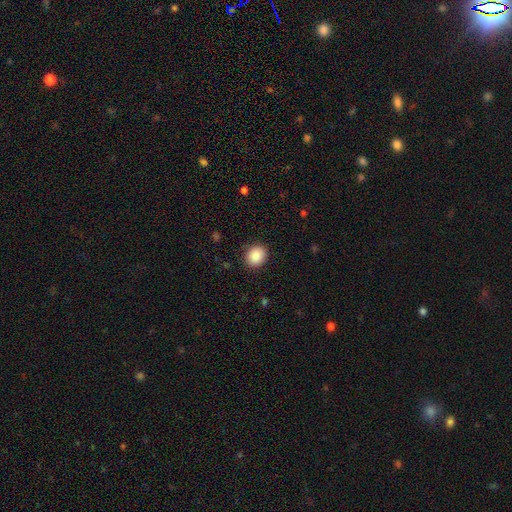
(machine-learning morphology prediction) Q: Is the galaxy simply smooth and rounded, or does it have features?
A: smooth — 88%.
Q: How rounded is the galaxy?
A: round — 65%.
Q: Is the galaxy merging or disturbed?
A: none — 89%.